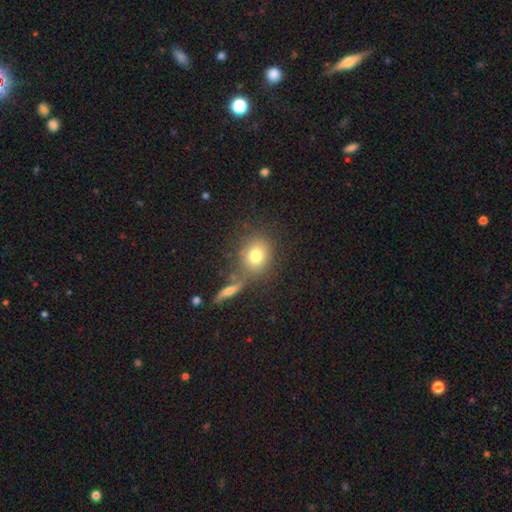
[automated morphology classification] Q: Smooth or featured?
A: smooth (77%); runner-up: featured or disk (12%)
Q: How rounded?
A: round (72%); runner-up: in between (27%)
Q: Merging?
A: none (66%); runner-up: merger (17%)